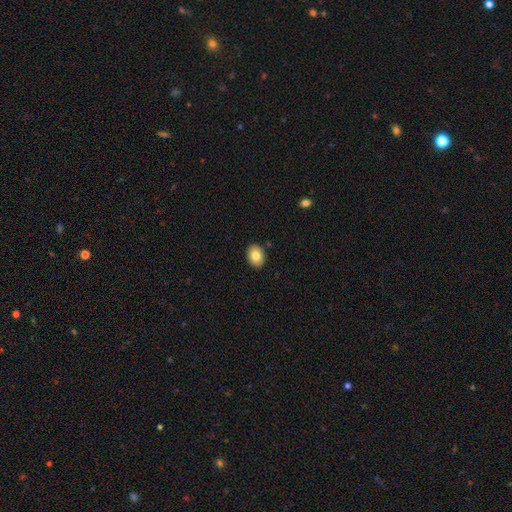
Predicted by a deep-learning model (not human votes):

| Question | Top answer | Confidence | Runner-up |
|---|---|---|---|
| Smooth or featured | smooth | 83% | featured or disk (10%) |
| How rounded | in between | 70% | round (29%) |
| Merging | none | 88% | minor disturbance (8%) |